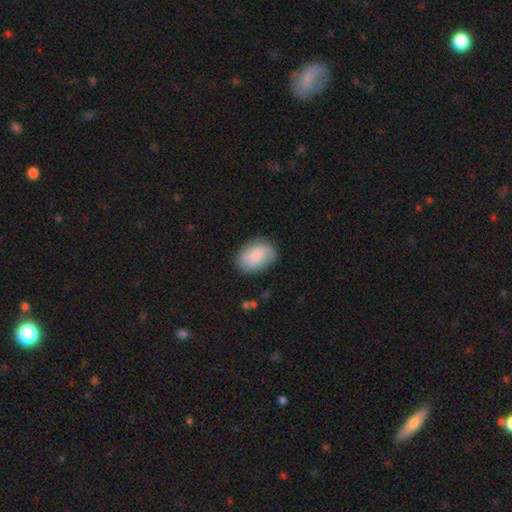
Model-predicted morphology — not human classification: This appears to be a smooth galaxy with no disk features (80%) that is in between round and cigar-shaped (80%). Merging: none (80%).